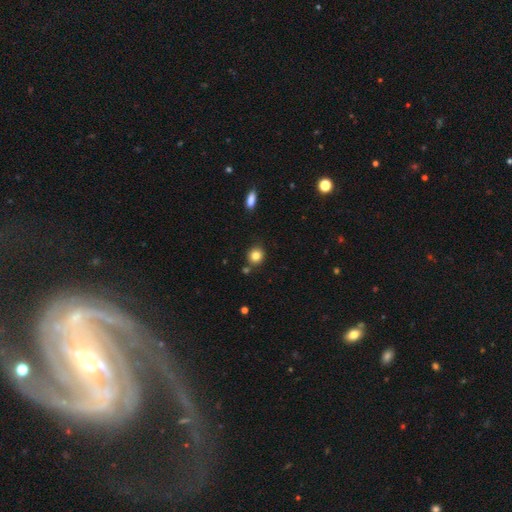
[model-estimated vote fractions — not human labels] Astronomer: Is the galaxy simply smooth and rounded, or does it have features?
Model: smooth — 83%.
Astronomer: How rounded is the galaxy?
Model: round — 86%.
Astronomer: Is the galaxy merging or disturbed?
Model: none — 81%.